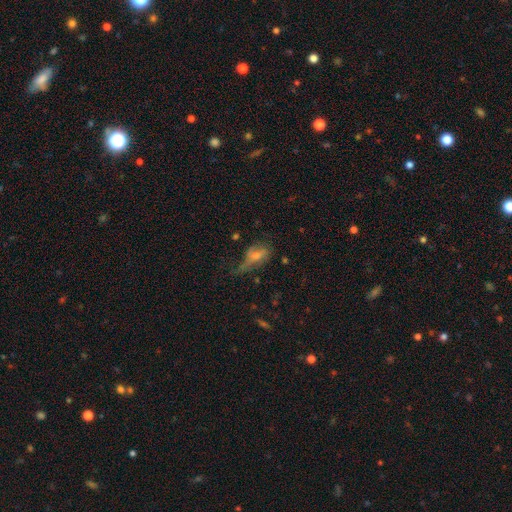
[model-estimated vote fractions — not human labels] Smooth or featured? Predicted: smooth (p=0.49). Merging? Predicted: major disturbance (p=0.49).